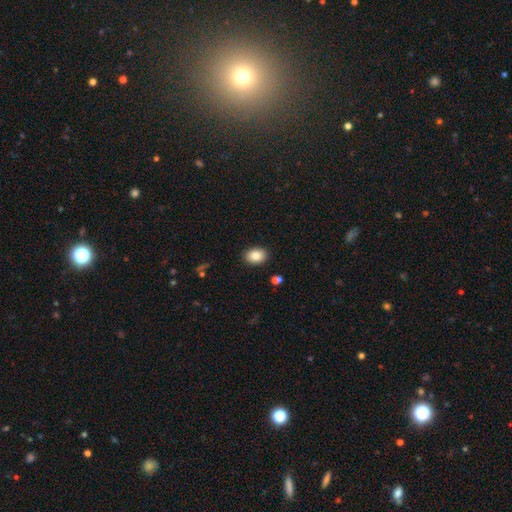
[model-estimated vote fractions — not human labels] smooth 86%, star or artifact 8%, featured or disk 6%. Down the decision tree: how rounded — in between (75%); merging — none (89%).